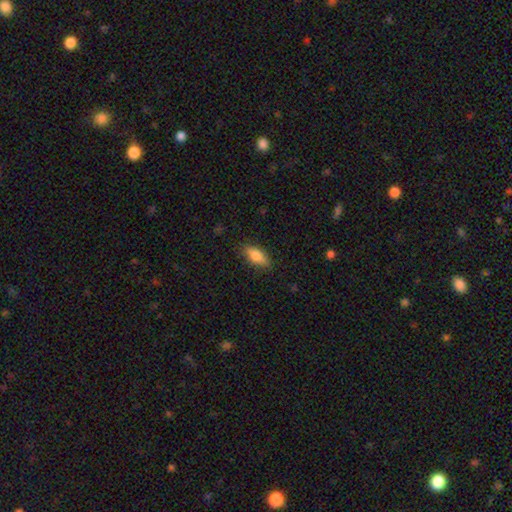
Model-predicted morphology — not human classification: smooth_or_featured: smooth (p=0.83) [alt: featured or disk p=0.11]
how_rounded: in between (p=0.81) [alt: cigar-shaped p=0.17]
merging: none (p=0.83) [alt: minor disturbance p=0.13]